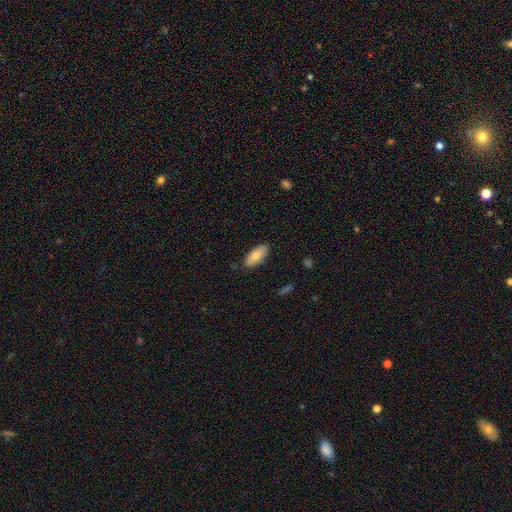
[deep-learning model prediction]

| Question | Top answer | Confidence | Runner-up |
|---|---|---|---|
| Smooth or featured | smooth | 82% | featured or disk (12%) |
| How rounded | in between | 86% | cigar-shaped (12%) |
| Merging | none | 86% | minor disturbance (11%) |